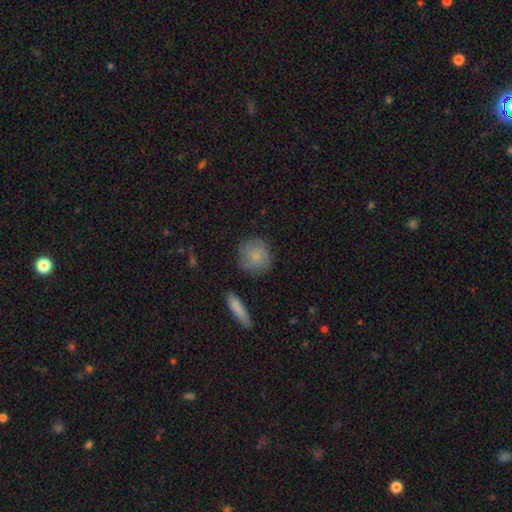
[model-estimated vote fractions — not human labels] This is likely a smooth galaxy (77%). How rounded: clearly round (89%). Merging: likely none (77%).